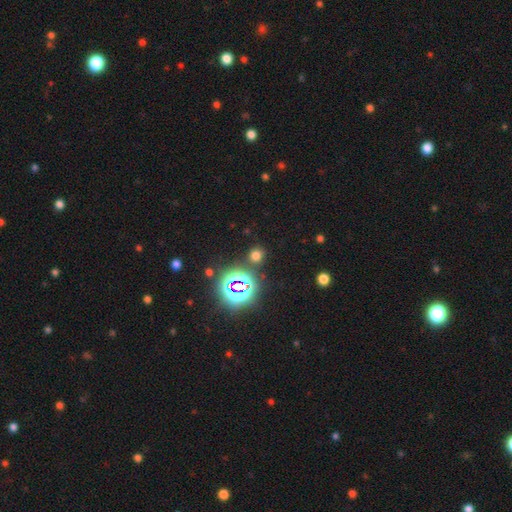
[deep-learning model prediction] smooth 61%, star or artifact 33%, featured or disk 6%. Down the decision tree: how rounded — round (86%); merging — none (84%).